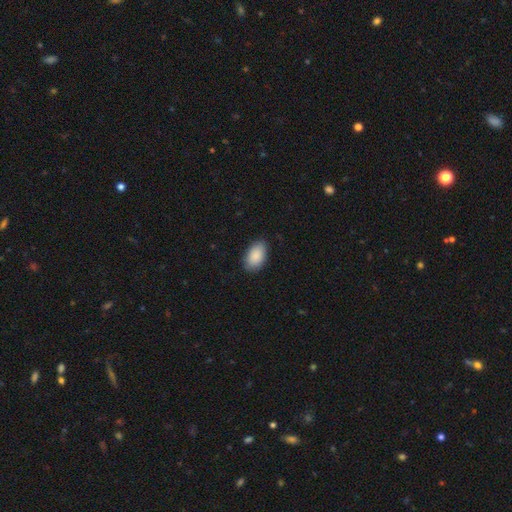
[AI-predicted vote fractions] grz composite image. It shows a smooth galaxy with no disk features (89%) that is in between round and cigar-shaped (93%). Merging: none (84%).